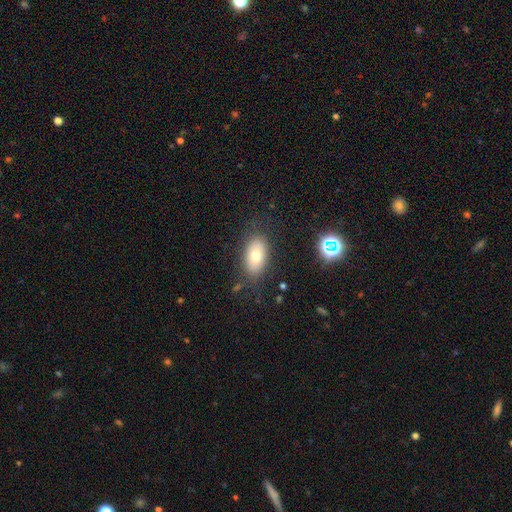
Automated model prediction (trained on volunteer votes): A smooth galaxy with no disk features (71%) that is in between round and cigar-shaped (90%).

Vote fractions:
- Smooth or featured? smooth: 71% / featured or disk: 18% / star or artifact: 11%
- How rounded? in between: 90% / round: 6% / cigar-shaped: 4%
- Merging? none: 81% / minor disturbance: 13% / major disturbance: 4% / merger: 2%